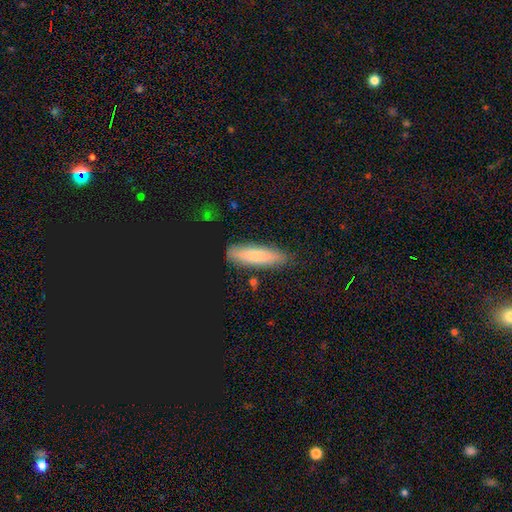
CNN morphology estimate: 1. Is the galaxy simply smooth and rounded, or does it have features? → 79% smooth, 14% featured or disk, 8% star or artifact.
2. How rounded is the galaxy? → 66% cigar-shaped, 32% in between, 2% round.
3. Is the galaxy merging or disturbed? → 82% none, 13% minor disturbance, 3% major disturbance, 2% merger.